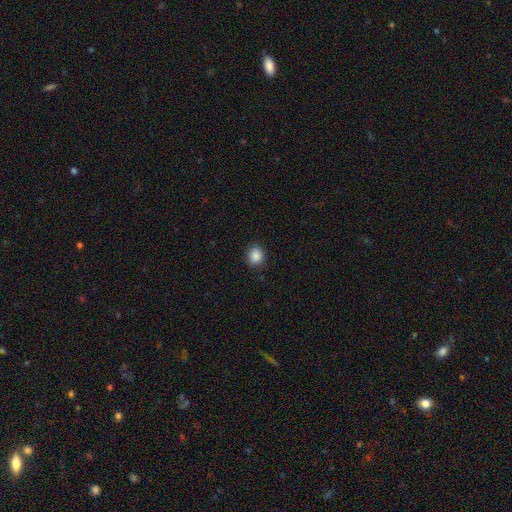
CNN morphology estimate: type=smooth (87%); roundness=round (78%); merging=none (89%).